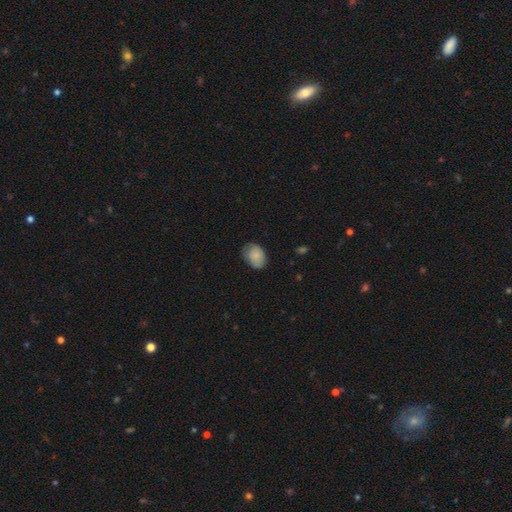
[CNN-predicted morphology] A smooth galaxy with no disk features (83%) that is in between round and cigar-shaped (74%).

Vote fractions:
- Smooth or featured? smooth: 83% / featured or disk: 10% / star or artifact: 7%
- How rounded? in between: 74% / round: 25% / cigar-shaped: 1%
- Merging? none: 66% / minor disturbance: 27% / major disturbance: 6% / merger: 1%